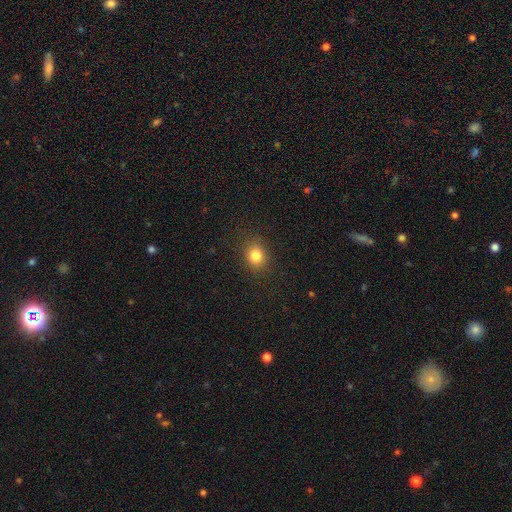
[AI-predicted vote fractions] This is clearly a smooth galaxy (82%). How rounded: likely round (65%). Merging: clearly none (86%).